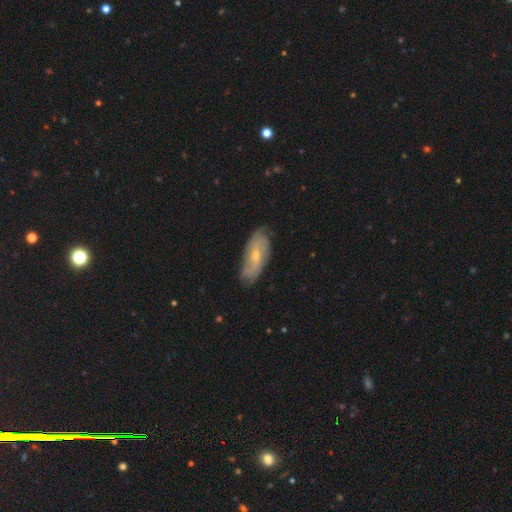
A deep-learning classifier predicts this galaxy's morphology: Overall: featured or disk (66%; smooth 28%). Edge-on disk: no (86%). Bar: no (59%; weak 34%). Spiral arms: yes (86%). Bulge size: small (55%; moderate 42%). Merging: none (76%).